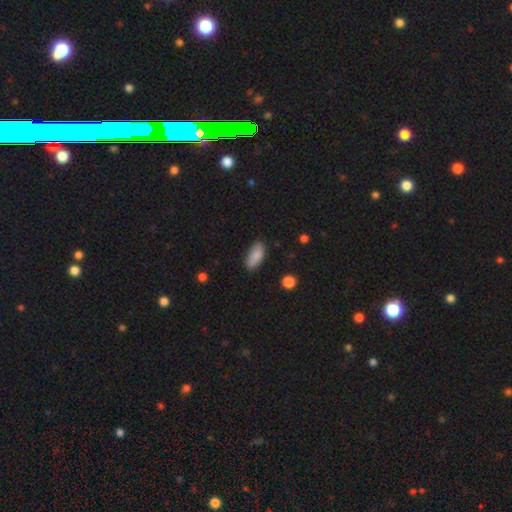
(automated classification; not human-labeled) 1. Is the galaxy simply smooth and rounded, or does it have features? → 87% smooth, 7% featured or disk, 7% star or artifact.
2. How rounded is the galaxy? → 84% in between, 13% cigar-shaped, 2% round.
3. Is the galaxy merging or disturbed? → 81% none, 15% minor disturbance, 3% major disturbance, 2% merger.